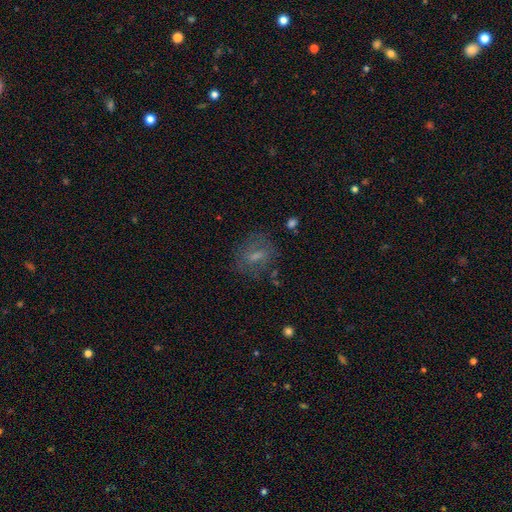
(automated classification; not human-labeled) Smooth or featured?
  - smooth: 49% *
  - featured or disk: 37%
  - star or artifact: 14%
Merging?
  - none: 67% *
  - minor disturbance: 18%
  - major disturbance: 12%
  - merger: 3%